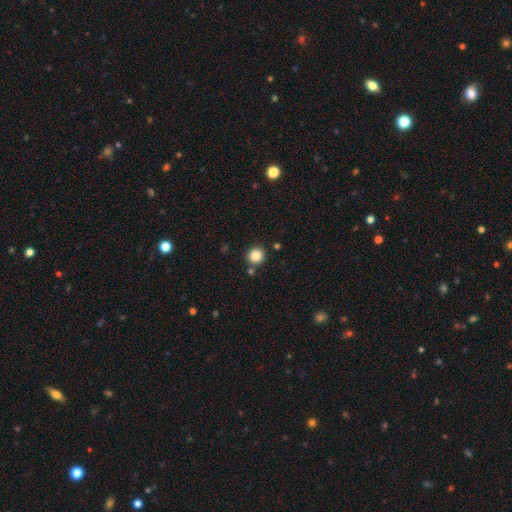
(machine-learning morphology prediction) A smooth galaxy with no disk features (86%) that is round (94%). Merging: none (84%).